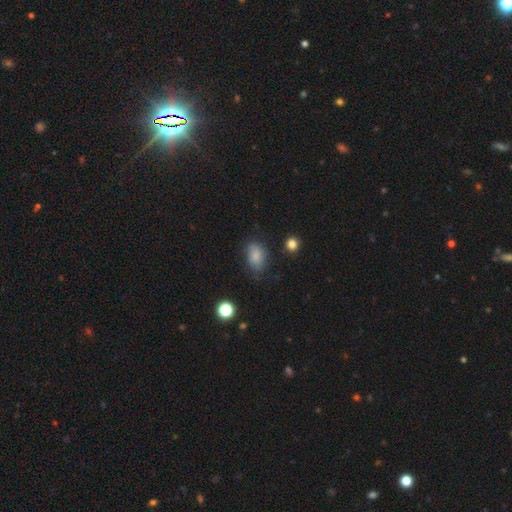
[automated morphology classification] smooth-or-featured: smooth: 78% | featured or disk: 11% | star or artifact: 11%
  how-rounded: in between: 83% | round: 16% | cigar-shaped: 2%
  merging: none: 61% | minor disturbance: 28% | major disturbance: 9% | merger: 2%